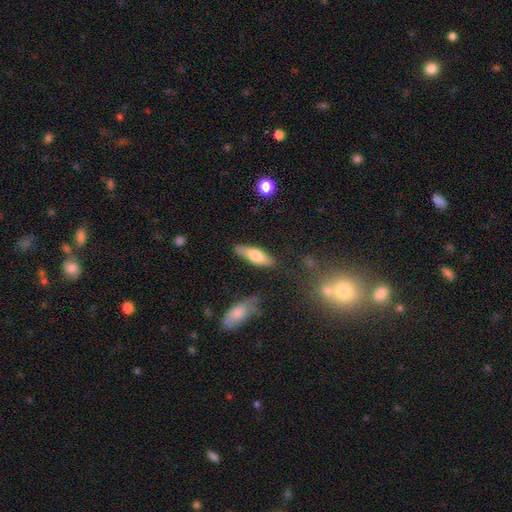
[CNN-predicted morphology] smooth 68%, featured or disk 26%, star or artifact 6%. Down the decision tree: how rounded — in between (50%); merging — none (81%).